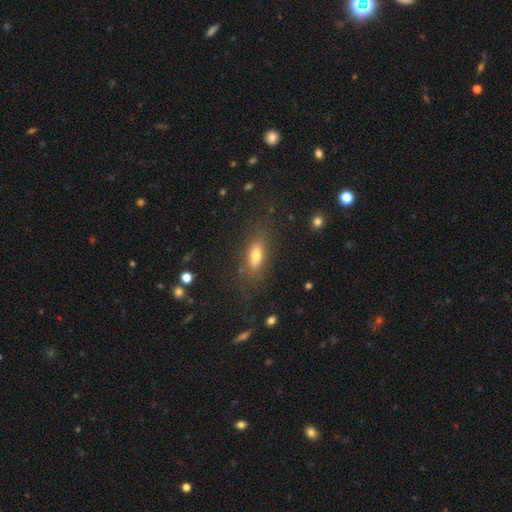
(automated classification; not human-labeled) Q: Smooth or featured?
A: smooth (71%); runner-up: featured or disk (18%)
Q: How rounded?
A: in between (73%); runner-up: cigar-shaped (21%)
Q: Merging?
A: none (76%); runner-up: minor disturbance (15%)